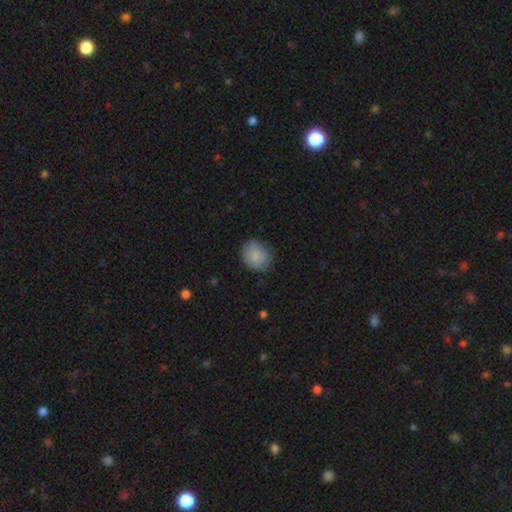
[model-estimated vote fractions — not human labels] Smooth or featured?
  - smooth: 86% *
  - star or artifact: 7%
  - featured or disk: 7%
How rounded?
  - round: 64% *
  - in between: 35%
  - cigar-shaped: 1%
Merging?
  - none: 77% *
  - minor disturbance: 18%
  - major disturbance: 4%
  - merger: 1%